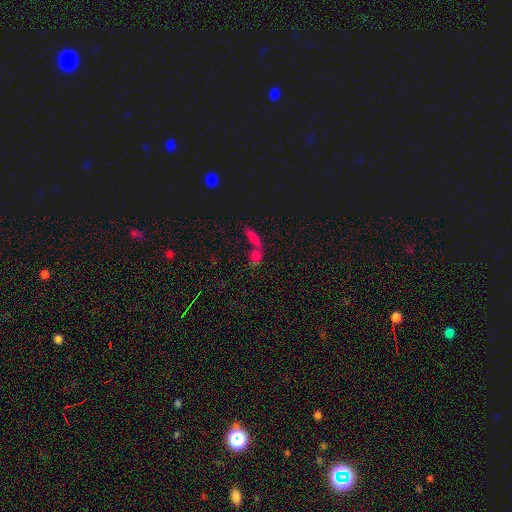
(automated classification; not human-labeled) Smooth or featured: smooth — 60% (star or artifact — 23%)
How rounded: in between — 58% (cigar-shaped — 26%)
Merging: merger — 60% (none — 27%)